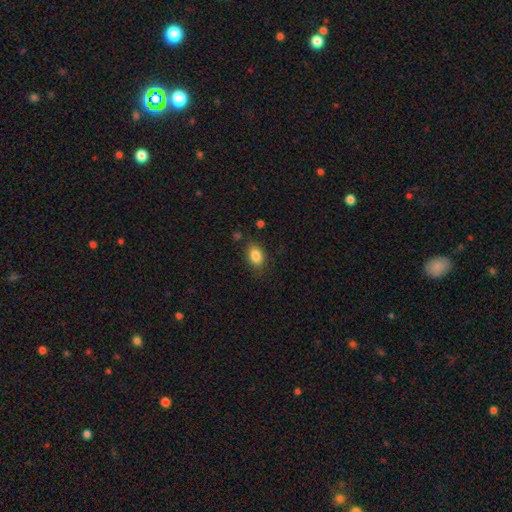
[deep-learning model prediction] smooth 85%, star or artifact 9%, featured or disk 6%. Down the decision tree: how rounded — in between (80%); merging — none (80%).